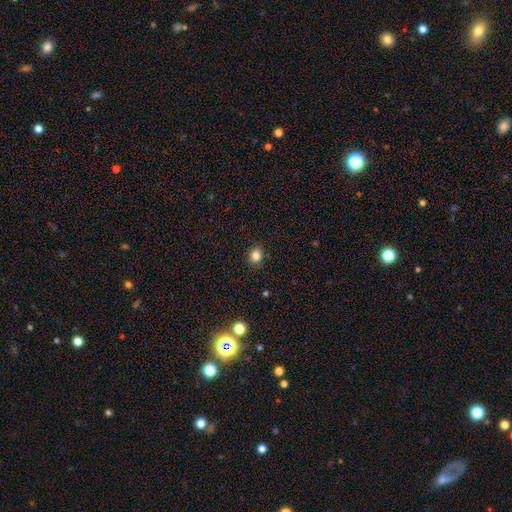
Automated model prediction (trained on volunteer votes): Smooth or featured: smooth — 83% (star or artifact — 12%)
How rounded: round — 63% (in between — 36%)
Merging: none — 90% (minor disturbance — 7%)